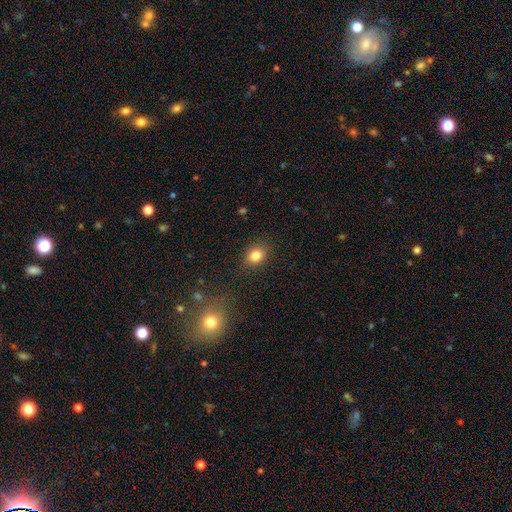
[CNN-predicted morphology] Overall: smooth (83%). How rounded: round (51%; in between 48%). Merging: none (85%).